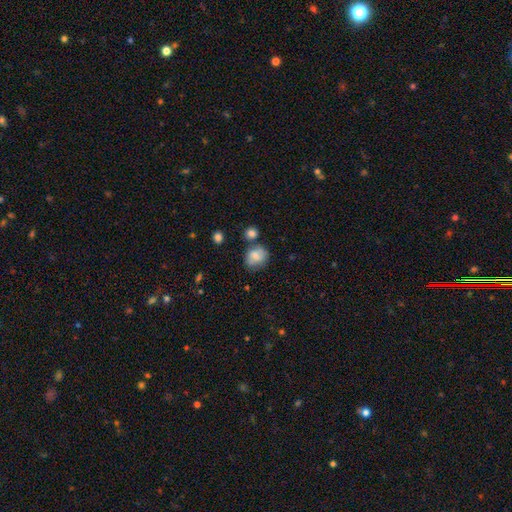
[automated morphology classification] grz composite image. It shows a smooth galaxy with no disk features (76%) that is round (60%). Merging: none (54%).